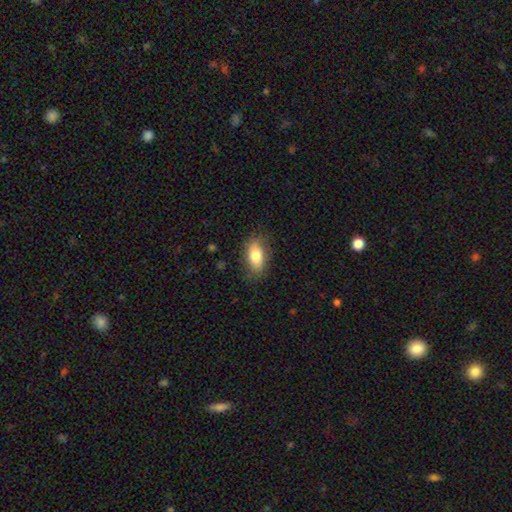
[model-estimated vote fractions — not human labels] Smooth or featured?
  - smooth: 80% *
  - featured or disk: 13%
  - star or artifact: 7%
How rounded?
  - in between: 87% *
  - cigar-shaped: 8%
  - round: 5%
Merging?
  - none: 81% *
  - minor disturbance: 14%
  - major disturbance: 4%
  - merger: 1%